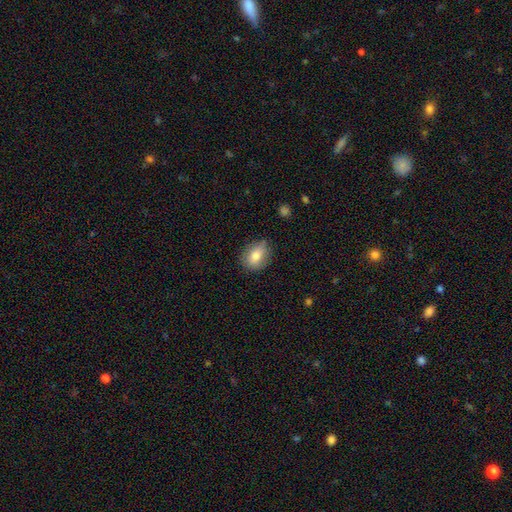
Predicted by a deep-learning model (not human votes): Morphology: type=smooth (77%); roundness=in between (60%); merging=none (78%).